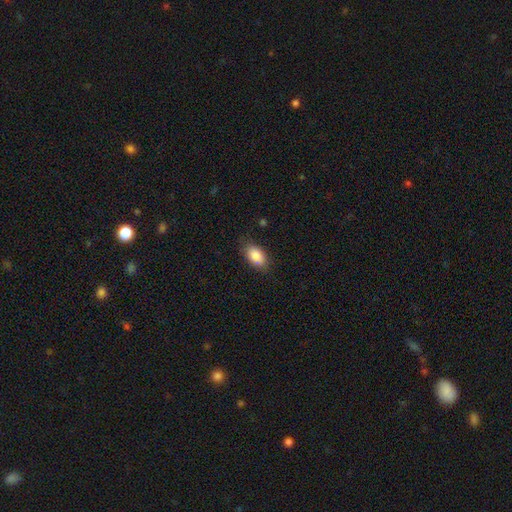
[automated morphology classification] smooth_or_featured: smooth (p=0.86) [alt: star or artifact p=0.07]
how_rounded: in between (p=0.91) [alt: round p=0.07]
merging: none (p=0.81) [alt: minor disturbance p=0.14]